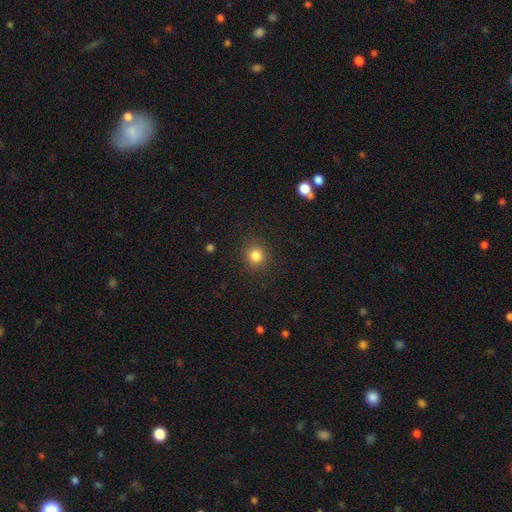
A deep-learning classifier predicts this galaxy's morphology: A smooth galaxy with no disk features (83%) that is round (89%). Merging: none (89%).